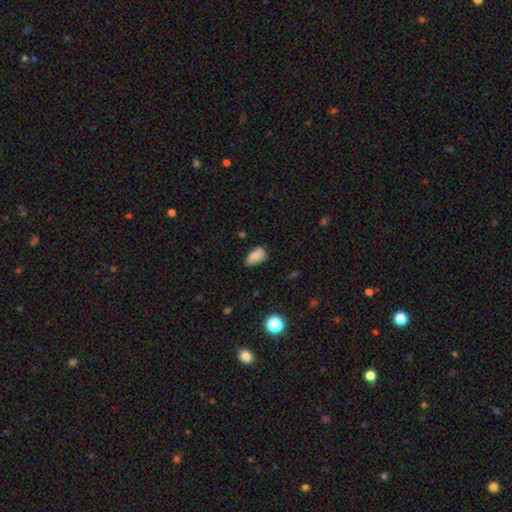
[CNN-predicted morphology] smooth 74%, featured or disk 16%, star or artifact 10%. Down the decision tree: how rounded — in between (89%); merging — none (58%).